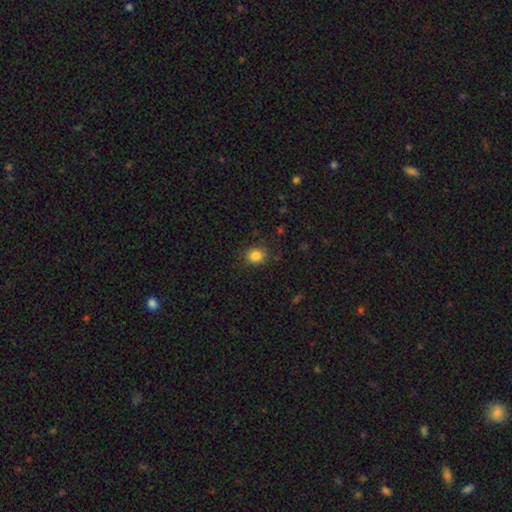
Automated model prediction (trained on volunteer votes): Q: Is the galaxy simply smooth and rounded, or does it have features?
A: smooth — 84%.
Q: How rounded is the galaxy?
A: round — 81%.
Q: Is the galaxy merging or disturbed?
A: none — 87%.